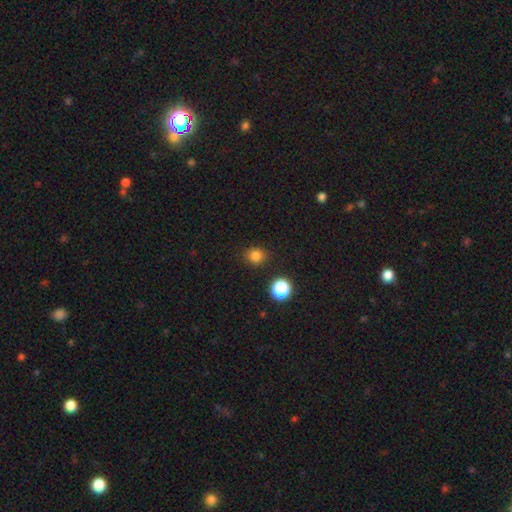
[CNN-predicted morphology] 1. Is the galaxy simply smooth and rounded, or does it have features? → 81% smooth, 15% star or artifact, 4% featured or disk.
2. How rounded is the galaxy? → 81% round, 18% in between, 1% cigar-shaped.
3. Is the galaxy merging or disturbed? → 87% none, 8% minor disturbance, 2% major disturbance, 2% merger.